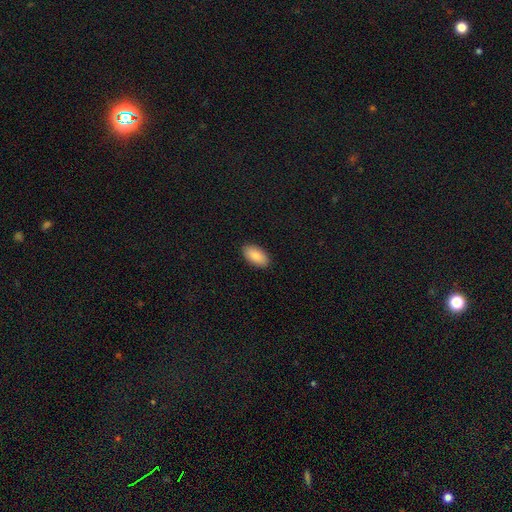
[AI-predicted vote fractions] Overall: smooth (85%). How rounded: in between (94%). Merging: none (90%).